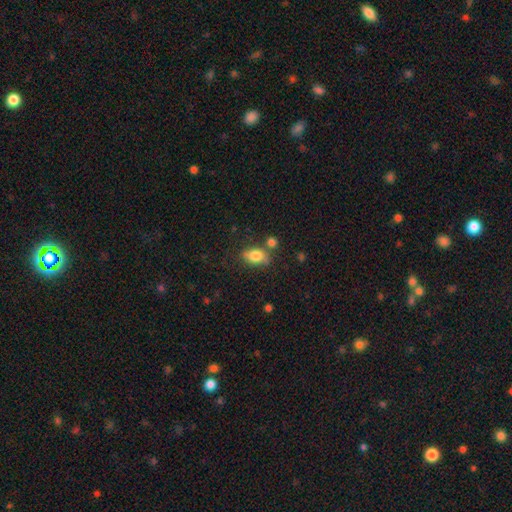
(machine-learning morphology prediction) Smooth or featured? smooth (81%)
How rounded? in between (81%)
Merging? none (62%)